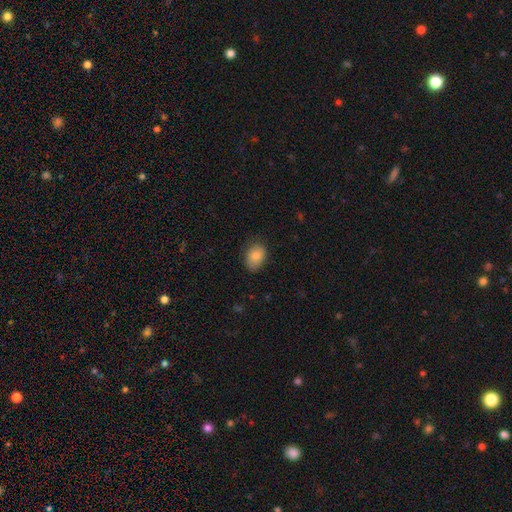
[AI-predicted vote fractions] Q: Smooth or featured?
A: smooth (83%); runner-up: featured or disk (9%)
Q: How rounded?
A: in between (80%); runner-up: round (19%)
Q: Merging?
A: none (75%); runner-up: minor disturbance (20%)